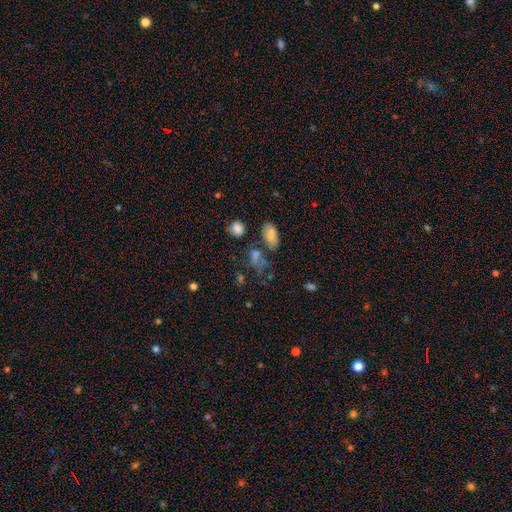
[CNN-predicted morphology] Smooth or featured?
  - smooth: 55% *
  - star or artifact: 27%
  - featured or disk: 18%
How rounded?
  - in between: 68% *
  - round: 25%
  - cigar-shaped: 6%
Merging?
  - none: 47% *
  - merger: 20%
  - minor disturbance: 18%
  - major disturbance: 15%